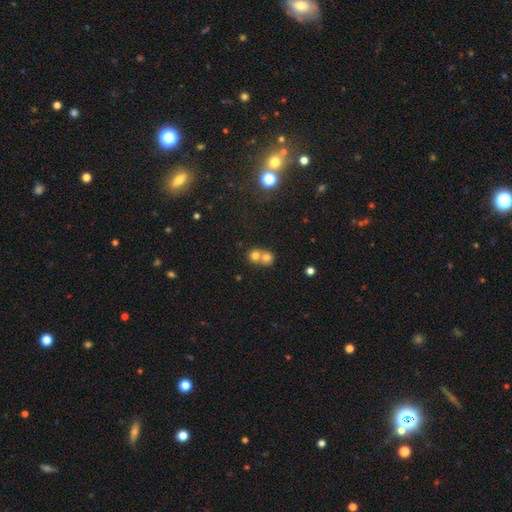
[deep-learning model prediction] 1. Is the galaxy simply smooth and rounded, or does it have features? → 73% smooth, 15% featured or disk, 12% star or artifact.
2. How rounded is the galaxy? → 78% round, 21% in between, 1% cigar-shaped.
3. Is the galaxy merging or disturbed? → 65% merger, 29% none, 4% minor disturbance, 2% major disturbance.